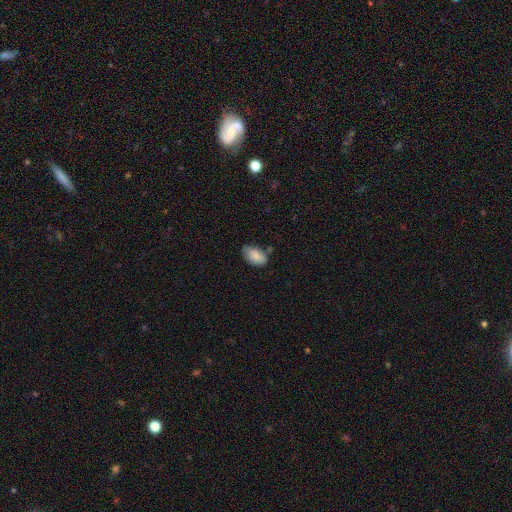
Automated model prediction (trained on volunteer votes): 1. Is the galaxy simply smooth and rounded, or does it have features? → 84% smooth, 9% featured or disk, 7% star or artifact.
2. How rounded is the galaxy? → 92% in between, 7% round, 1% cigar-shaped.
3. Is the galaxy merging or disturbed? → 61% none, 30% minor disturbance, 5% major disturbance, 5% merger.